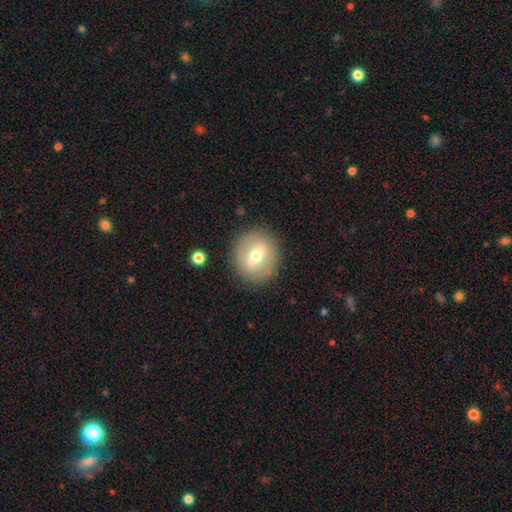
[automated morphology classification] smooth-or-featured: smooth: 53% | featured or disk: 39% | star or artifact: 8%
  how-rounded: round: 80% | in between: 19% | cigar-shaped: 1%
  merging: none: 87% | minor disturbance: 8% | major disturbance: 3% | merger: 1%